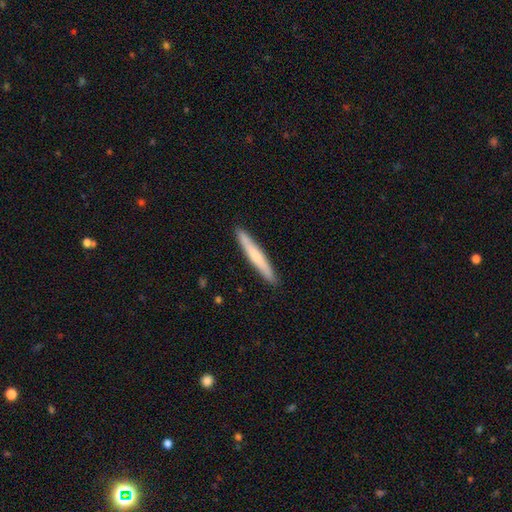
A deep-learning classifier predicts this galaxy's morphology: The model was most divided on "smooth or featured": smooth: 61%, featured or disk: 34%, star or artifact: 5%. More confident: how rounded — cigar-shaped (96%); merging — none (91%).